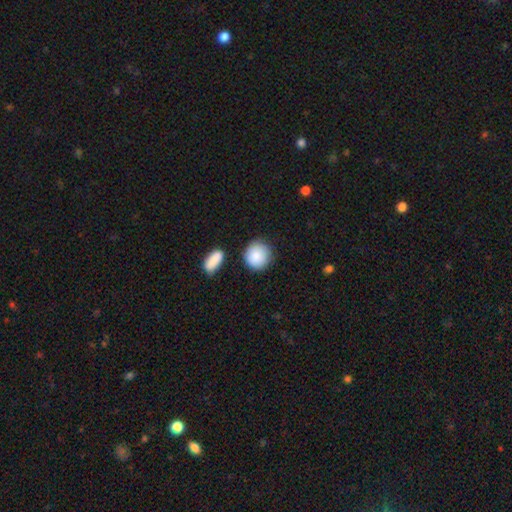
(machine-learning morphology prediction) smooth_or_featured: smooth (p=0.87) [alt: star or artifact p=0.07]
how_rounded: round (p=0.89) [alt: in between p=0.10]
merging: none (p=0.77) [alt: minor disturbance p=0.13]